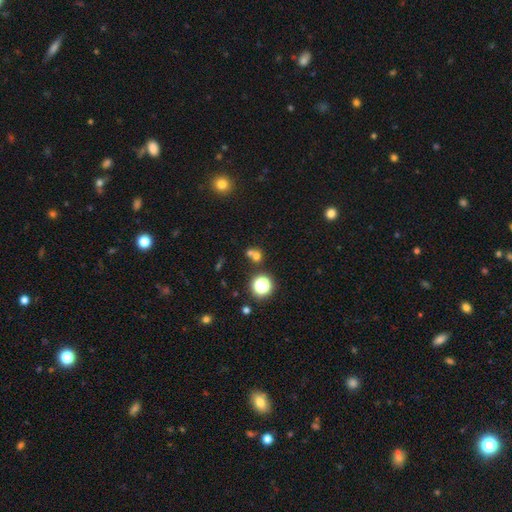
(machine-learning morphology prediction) Smooth or featured? smooth (62%)
How rounded? round (82%)
Merging? none (46%)